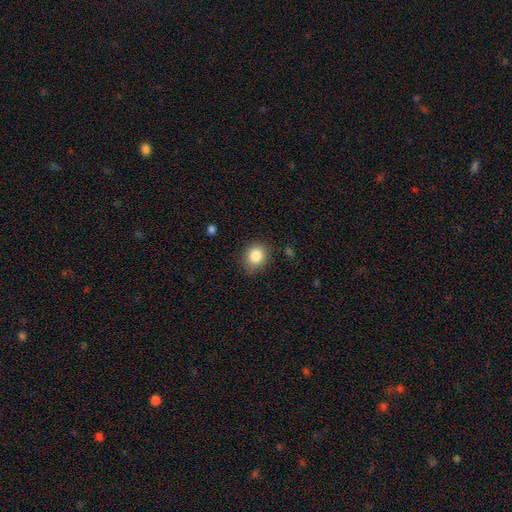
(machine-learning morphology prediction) smooth-or-featured: smooth: 85% | star or artifact: 9% | featured or disk: 6%
  how-rounded: round: 70% | in between: 29% | cigar-shaped: 1%
  merging: none: 78% | minor disturbance: 17% | major disturbance: 4% | merger: 2%